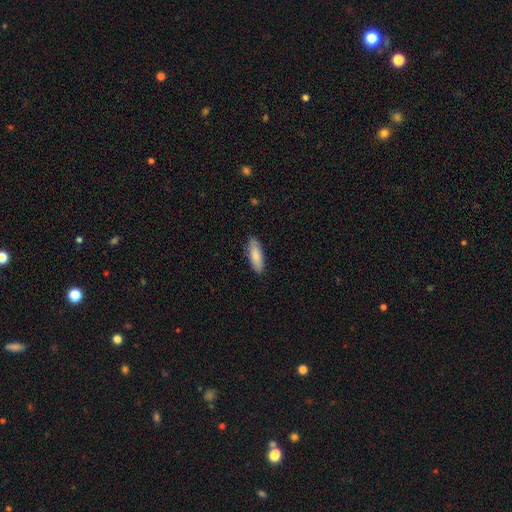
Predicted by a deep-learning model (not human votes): Smooth or featured: smooth — 85% (featured or disk — 10%)
How rounded: in between — 59% (cigar-shaped — 40%)
Merging: none — 87% (minor disturbance — 10%)